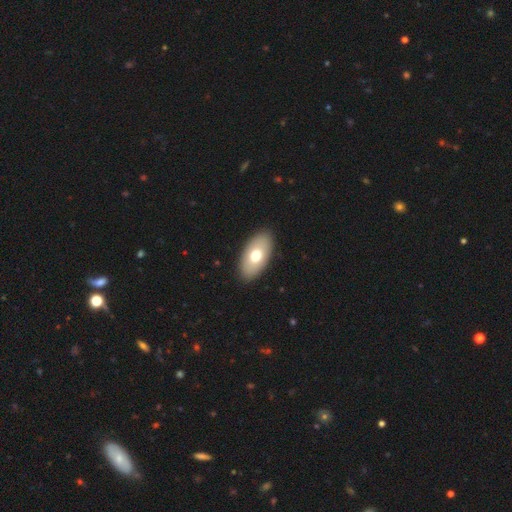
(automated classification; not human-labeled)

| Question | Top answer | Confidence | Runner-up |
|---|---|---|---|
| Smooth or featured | smooth | 68% | featured or disk (26%) |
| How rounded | in between | 94% | round (3%) |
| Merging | none | 90% | minor disturbance (7%) |